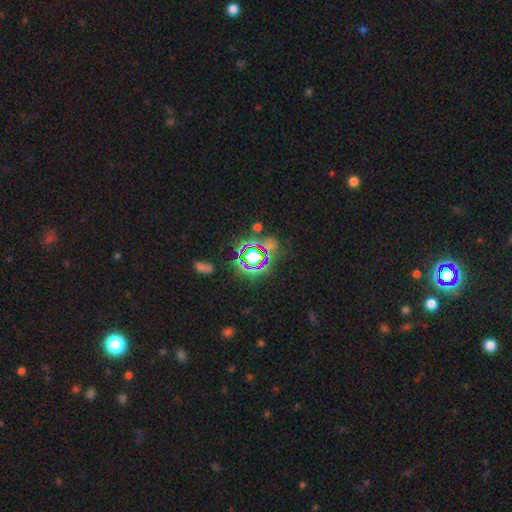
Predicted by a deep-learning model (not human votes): Smooth or featured? Predicted: star or artifact (p=0.68).